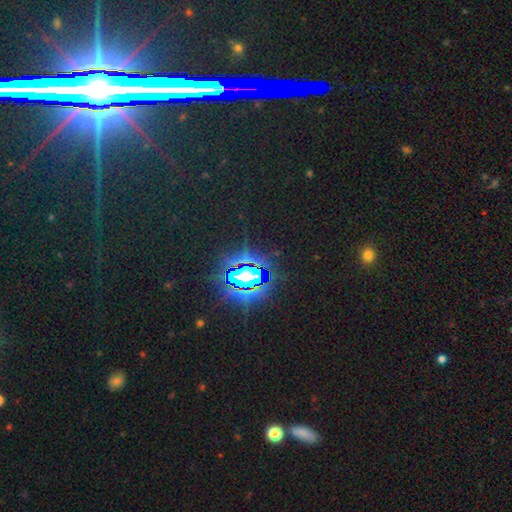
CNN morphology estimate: type=star or artifact (81%).